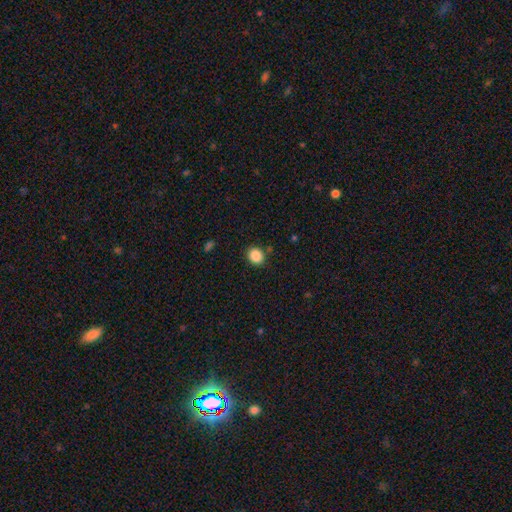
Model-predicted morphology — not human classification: A smooth galaxy with no disk features (87%) that is round (69%). Merging: none (86%).